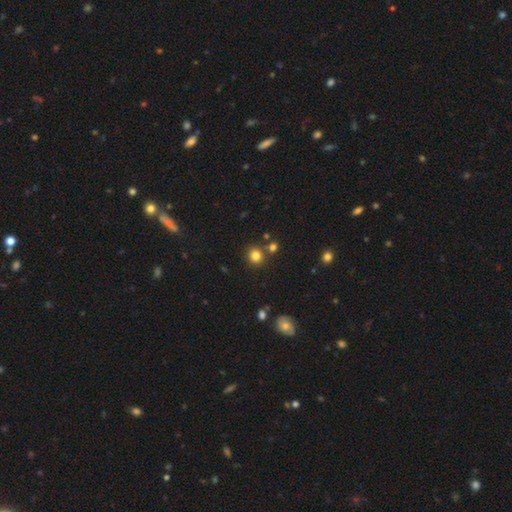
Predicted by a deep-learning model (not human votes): Smooth or featured: smooth — 80% (star or artifact — 14%)
How rounded: round — 89% (in between — 10%)
Merging: none — 78% (merger — 12%)